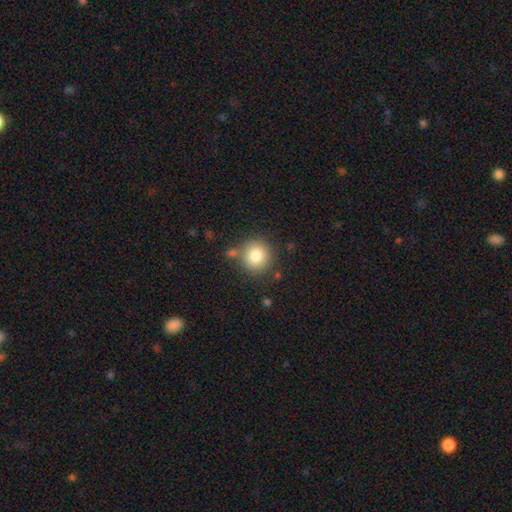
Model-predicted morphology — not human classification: Smooth or featured? smooth (81%)
How rounded? round (91%)
Merging? none (76%)